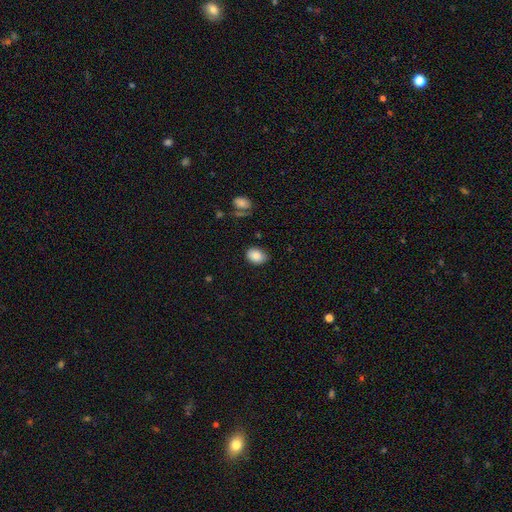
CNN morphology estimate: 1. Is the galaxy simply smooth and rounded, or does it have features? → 86% smooth, 8% star or artifact, 6% featured or disk.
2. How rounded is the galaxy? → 74% in between, 26% round, 1% cigar-shaped.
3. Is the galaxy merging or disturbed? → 79% none, 16% minor disturbance, 3% major disturbance, 2% merger.